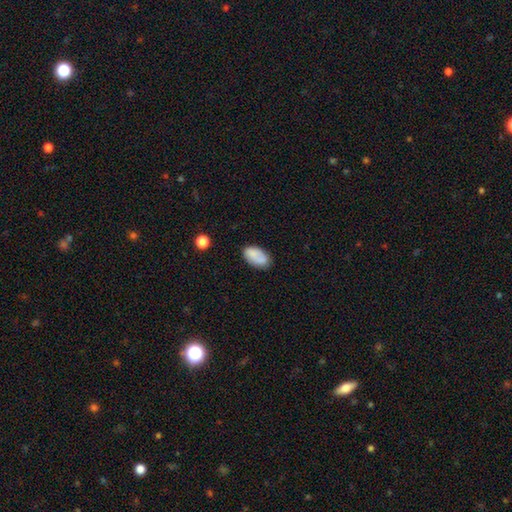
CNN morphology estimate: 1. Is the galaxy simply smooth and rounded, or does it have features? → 82% smooth, 11% featured or disk, 8% star or artifact.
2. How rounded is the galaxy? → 94% in between, 5% round, 2% cigar-shaped.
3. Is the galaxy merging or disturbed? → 73% none, 17% minor disturbance, 5% merger, 4% major disturbance.